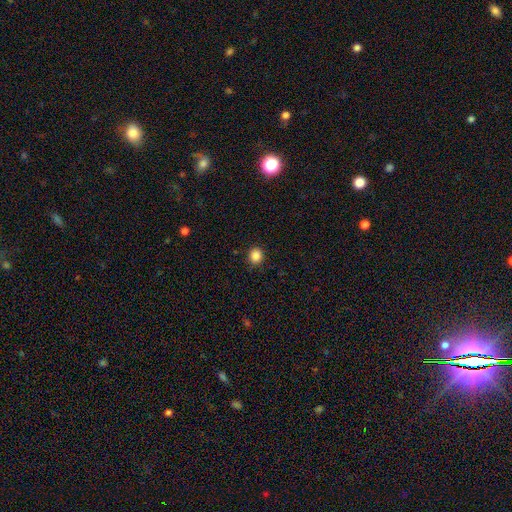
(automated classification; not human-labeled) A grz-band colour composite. It shows a smooth galaxy with no disk features (87%) that is round (83%). Merging: none (88%).